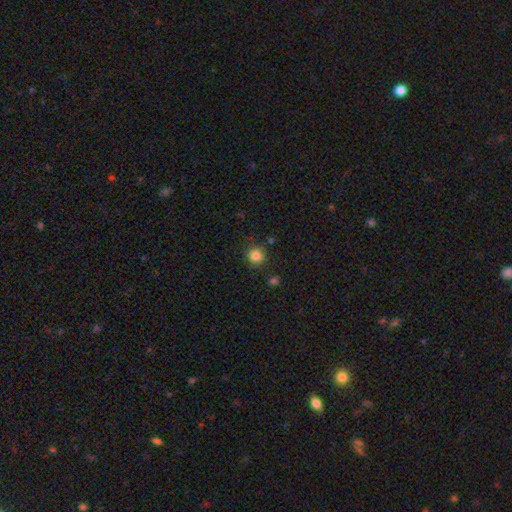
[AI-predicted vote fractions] A smooth galaxy with no disk features (84%) that is round (93%).

Vote fractions:
- Smooth or featured? smooth: 84% / star or artifact: 12% / featured or disk: 5%
- How rounded? round: 93% / in between: 6% / cigar-shaped: 1%
- Merging? none: 86% / minor disturbance: 8% / merger: 3% / major disturbance: 3%